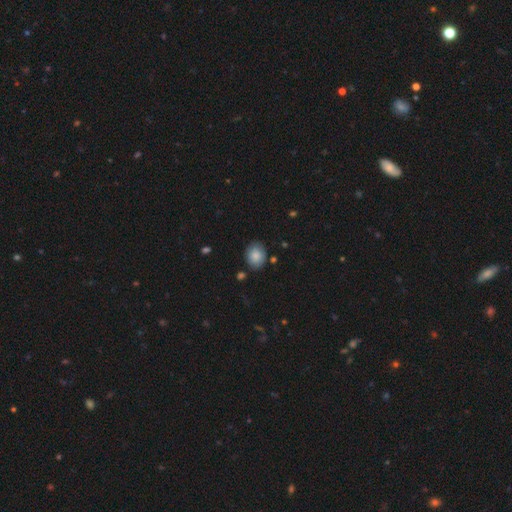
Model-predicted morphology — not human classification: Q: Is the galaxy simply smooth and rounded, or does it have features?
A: smooth — 82%.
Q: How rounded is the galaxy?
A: round — 50%.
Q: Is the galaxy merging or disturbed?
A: none — 79%.